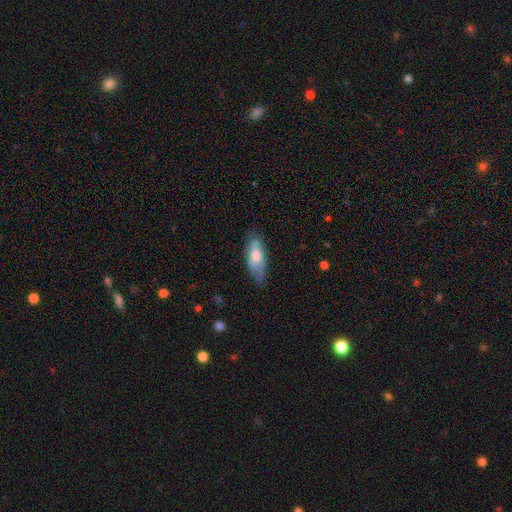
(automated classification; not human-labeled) A smooth galaxy with no disk features (58%) that is in between round and cigar-shaped (70%). Merging: none (75%).